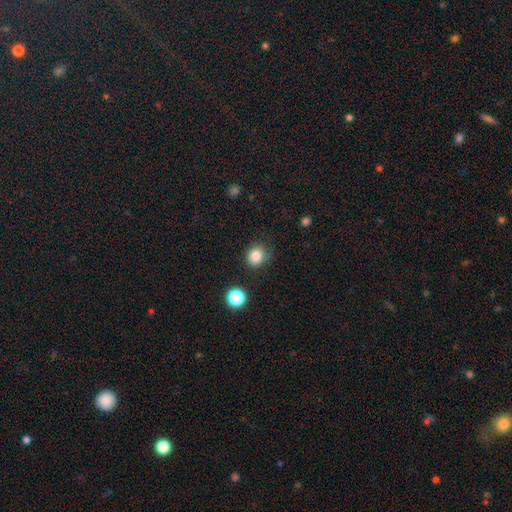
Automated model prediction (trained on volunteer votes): This is clearly a smooth galaxy (83%). How rounded: likely round (76%). Merging: likely none (77%).